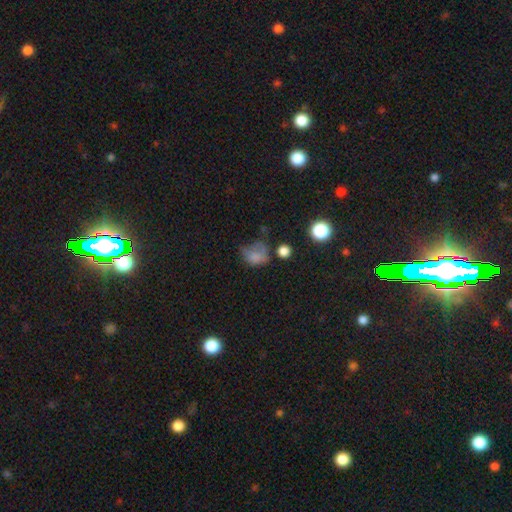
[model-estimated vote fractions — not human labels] smooth-or-featured: smooth: 70% | featured or disk: 16% | star or artifact: 14%
  how-rounded: in between: 50% | round: 49% | cigar-shaped: 1%
  merging: major disturbance: 33% | minor disturbance: 30% | none: 27% | merger: 9%